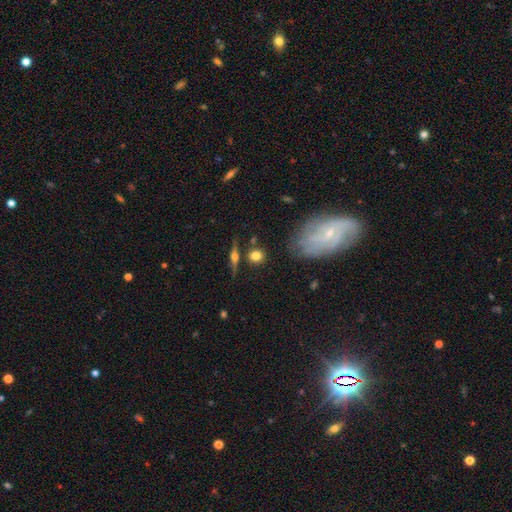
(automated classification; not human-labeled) Q: Smooth or featured?
A: smooth (69%); runner-up: featured or disk (21%)
Q: How rounded?
A: round (78%); runner-up: in between (18%)
Q: Merging?
A: none (76%); runner-up: minor disturbance (11%)